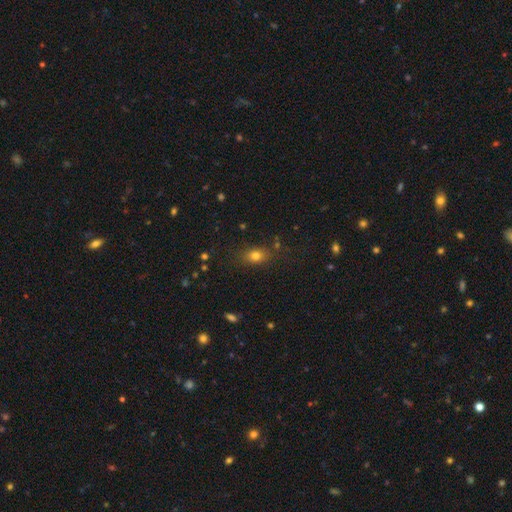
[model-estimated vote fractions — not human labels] A smooth galaxy with no disk features (75%) that is in between round and cigar-shaped (62%).

Vote fractions:
- Smooth or featured? smooth: 75% / star or artifact: 15% / featured or disk: 10%
- How rounded? in between: 62% / round: 34% / cigar-shaped: 4%
- Merging? none: 79% / minor disturbance: 13% / major disturbance: 5% / merger: 3%